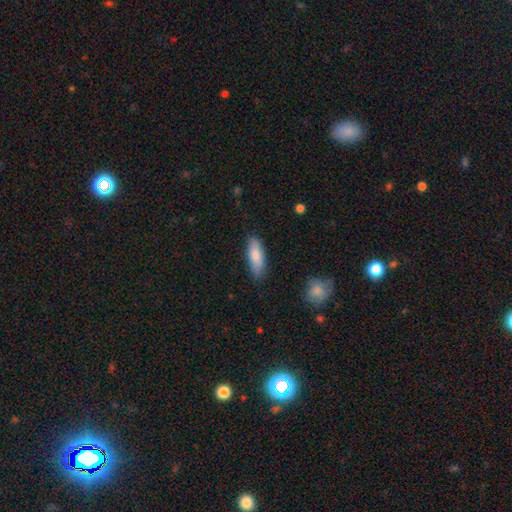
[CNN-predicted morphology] Smooth or featured?
  - smooth: 83% *
  - featured or disk: 11%
  - star or artifact: 6%
How rounded?
  - in between: 63% *
  - cigar-shaped: 35%
  - round: 2%
Merging?
  - none: 80% *
  - minor disturbance: 16%
  - major disturbance: 3%
  - merger: 2%